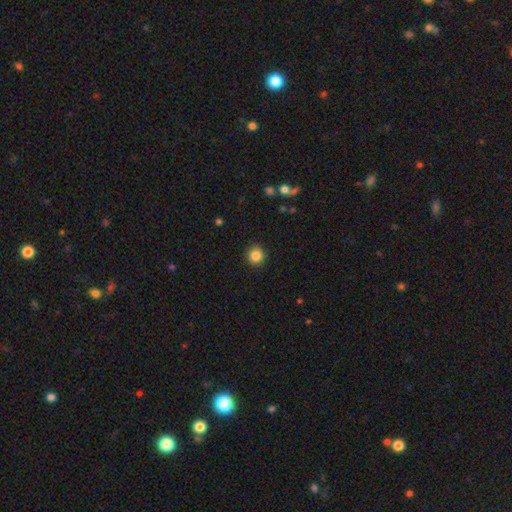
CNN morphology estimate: Q: Smooth or featured?
A: smooth (85%); runner-up: star or artifact (11%)
Q: How rounded?
A: round (92%); runner-up: in between (7%)
Q: Merging?
A: none (91%); runner-up: minor disturbance (6%)